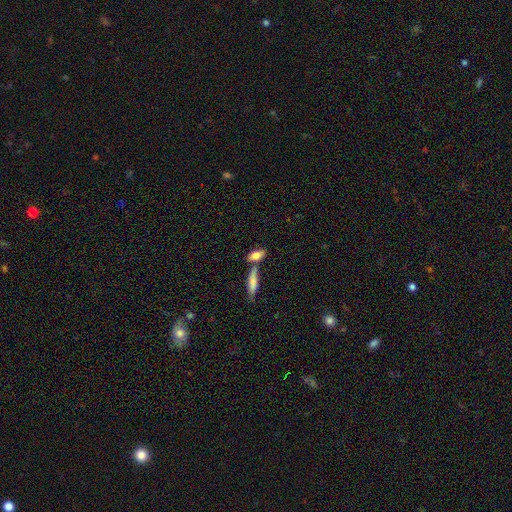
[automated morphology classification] A smooth galaxy with no disk features (75%) that is in between round and cigar-shaped (72%).

Vote fractions:
- Smooth or featured? smooth: 75% / featured or disk: 18% / star or artifact: 8%
- How rounded? in between: 72% / cigar-shaped: 24% / round: 4%
- Merging? none: 47% / merger: 37% / minor disturbance: 12% / major disturbance: 4%